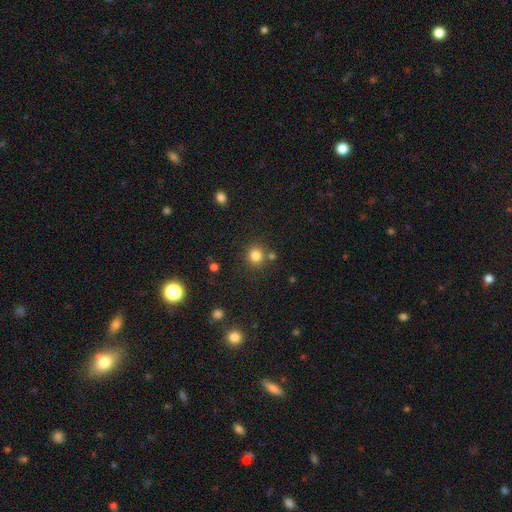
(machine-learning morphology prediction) smooth-or-featured: smooth: 81% | star or artifact: 13% | featured or disk: 6%
  how-rounded: round: 90% | in between: 10% | cigar-shaped: 1%
  merging: none: 76% | merger: 12% | minor disturbance: 9% | major disturbance: 3%